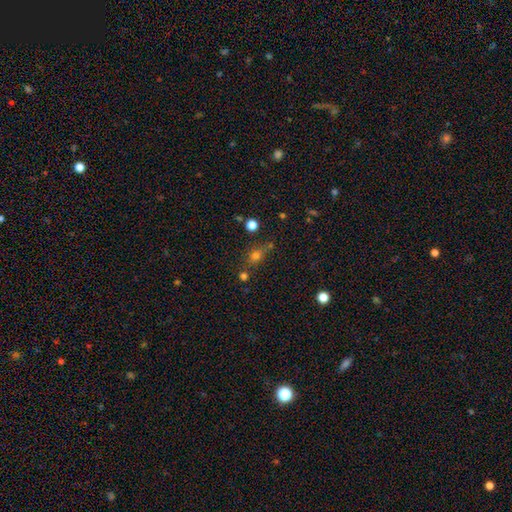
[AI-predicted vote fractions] Smooth or featured?
  - smooth: 64% *
  - star or artifact: 25%
  - featured or disk: 11%
How rounded?
  - round: 67% *
  - in between: 29%
  - cigar-shaped: 4%
Merging?
  - none: 64% *
  - minor disturbance: 15%
  - merger: 14%
  - major disturbance: 7%